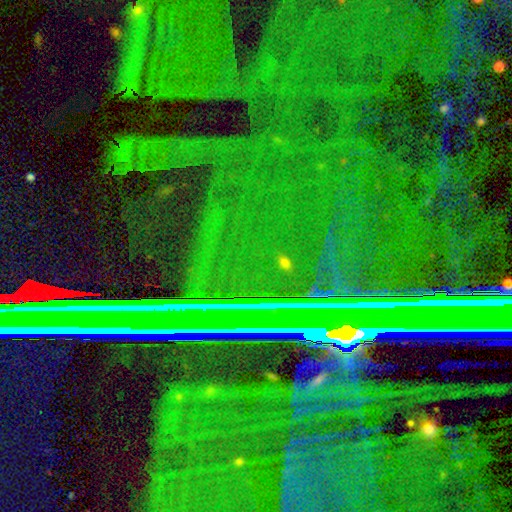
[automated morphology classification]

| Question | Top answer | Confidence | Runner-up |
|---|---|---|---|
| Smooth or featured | star or artifact | 86% | featured or disk (9%) |